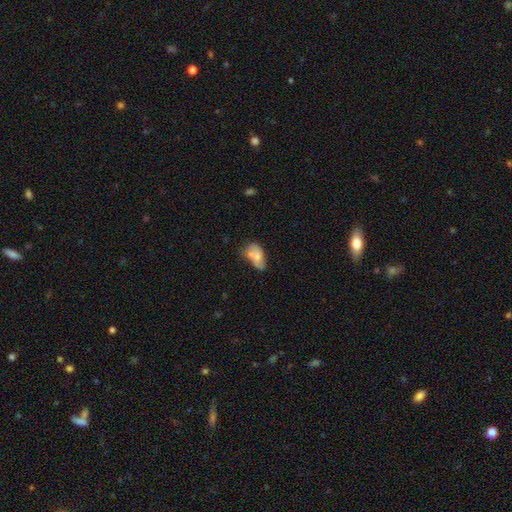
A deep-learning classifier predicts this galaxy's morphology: Smooth or featured: smooth — 59% (featured or disk — 32%)
How rounded: in between — 89% (round — 7%)
Merging: none — 30% (minor disturbance — 29%)